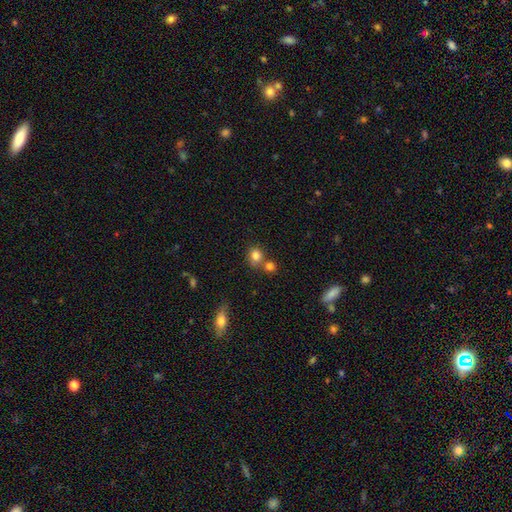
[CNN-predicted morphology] A smooth galaxy with no disk features (81%) that is round (73%). Merging: none (58%).